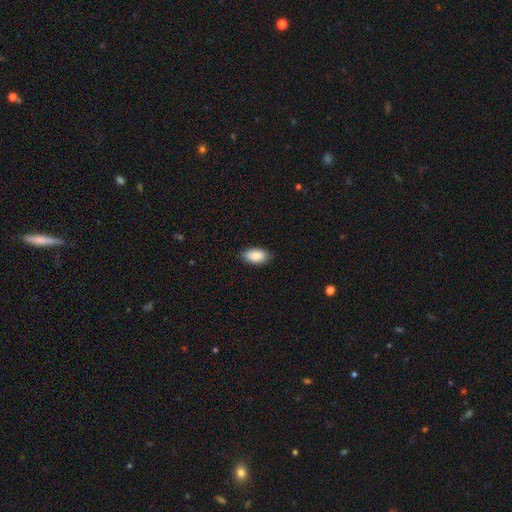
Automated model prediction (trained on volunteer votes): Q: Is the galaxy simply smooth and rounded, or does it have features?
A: smooth — 88%.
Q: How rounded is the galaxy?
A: in between — 94%.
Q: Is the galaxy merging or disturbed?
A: none — 85%.